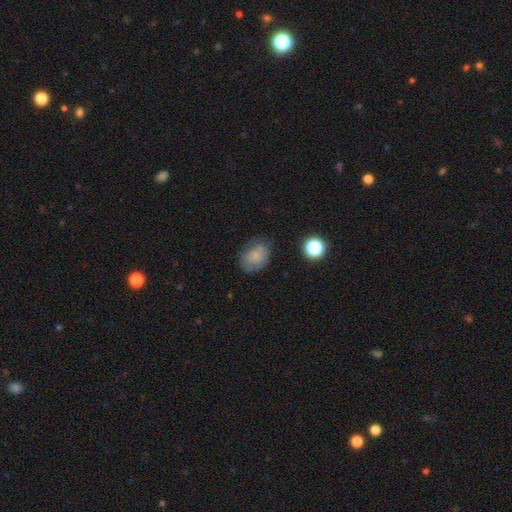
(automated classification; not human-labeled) smooth_or_featured: smooth (p=0.75) [alt: featured or disk p=0.13]
how_rounded: in between (p=0.72) [alt: round p=0.27]
merging: none (p=0.66) [alt: minor disturbance p=0.24]